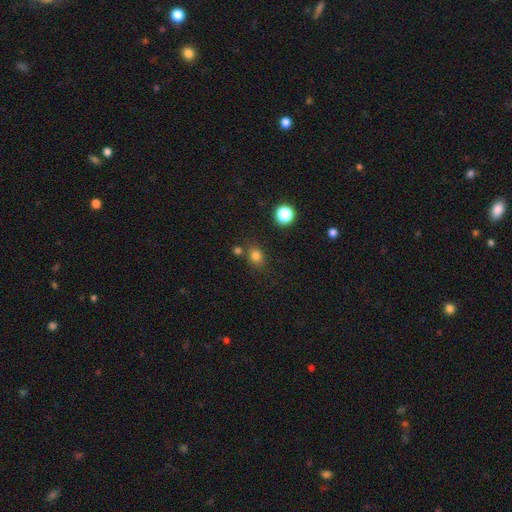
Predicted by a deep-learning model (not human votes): Smooth or featured? Predicted: smooth (p=0.78). How rounded? Predicted: round (p=0.57). Merging? Predicted: none (p=0.73).